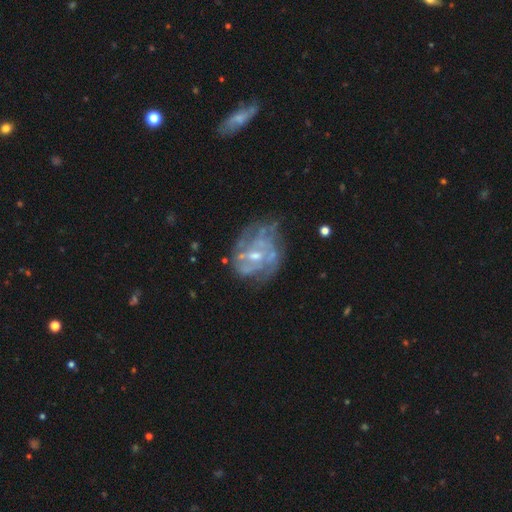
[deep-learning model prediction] Smooth or featured? featured or disk (79%)
Edge-on disk? no (97%)
Bar? no (55%)
Spiral arms? yes (69%)
Spiral winding? tight (48%)
Spiral arm count? can't tell (53%)
Bulge size? small (46%, tied with moderate)
Merging? none (54%)